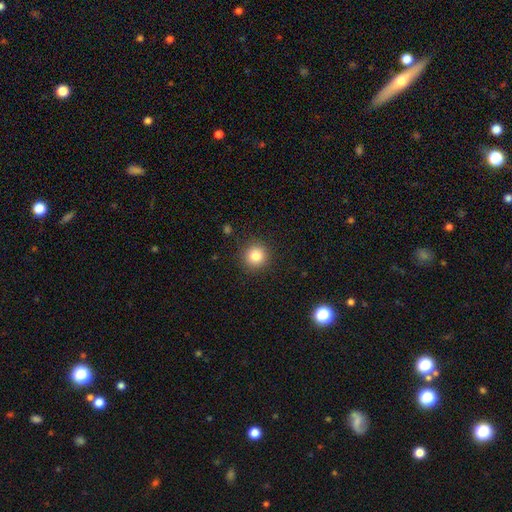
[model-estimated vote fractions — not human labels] smooth 82%, star or artifact 11%, featured or disk 7%. Down the decision tree: how rounded — round (94%); merging — none (91%).